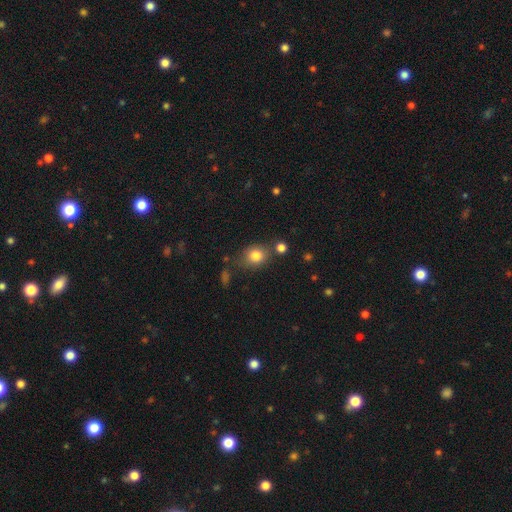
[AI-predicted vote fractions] Smooth or featured? smooth (82%)
How rounded? round (55%)
Merging? none (67%)